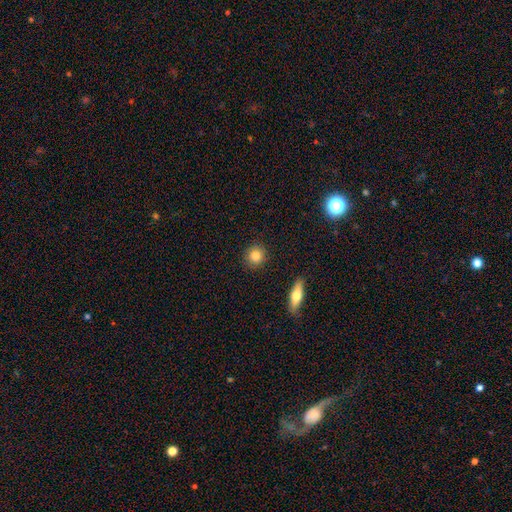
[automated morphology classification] The model was most divided on "smooth or featured": smooth: 82%, star or artifact: 9%, featured or disk: 9%. More confident: merging — none (91%); how rounded — round (88%).